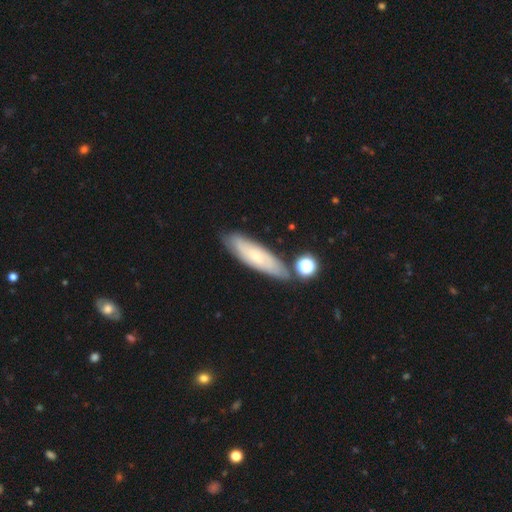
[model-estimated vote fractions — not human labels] Overall: smooth (54%; featured or disk 38%). How rounded: cigar-shaped (64%; in between 34%). Merging: none (75%).